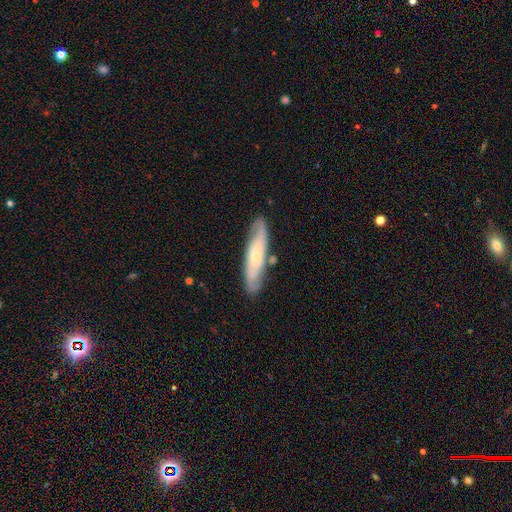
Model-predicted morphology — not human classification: type=featured or disk (64%); edge-on=no (69%); merging=none (78%).